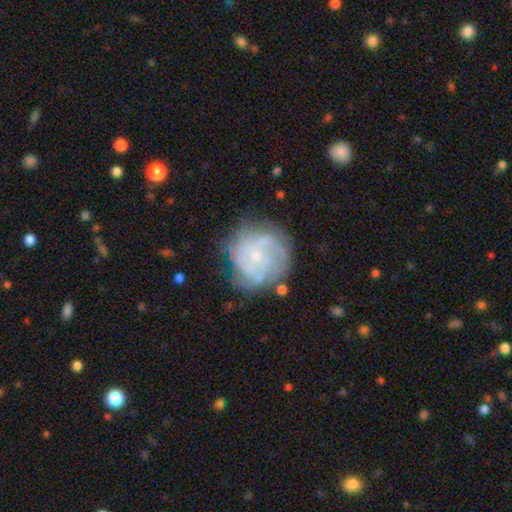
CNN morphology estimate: A featured or disk galaxy (80%) with no bar (75%), tight (61%) spiral arms (93%) and a small central bulge (78%). Merging: none (71%).